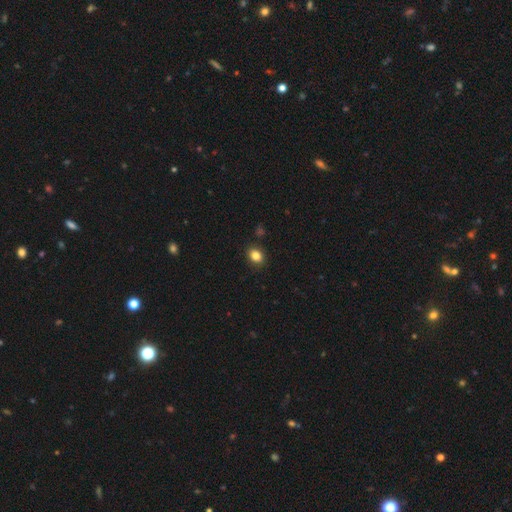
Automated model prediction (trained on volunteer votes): A smooth galaxy with no disk features (84%) that is in between round and cigar-shaped (60%).

Vote fractions:
- Smooth or featured? smooth: 84% / star or artifact: 10% / featured or disk: 5%
- How rounded? in between: 60% / round: 39% / cigar-shaped: 1%
- Merging? none: 88% / minor disturbance: 9% / major disturbance: 2% / merger: 2%